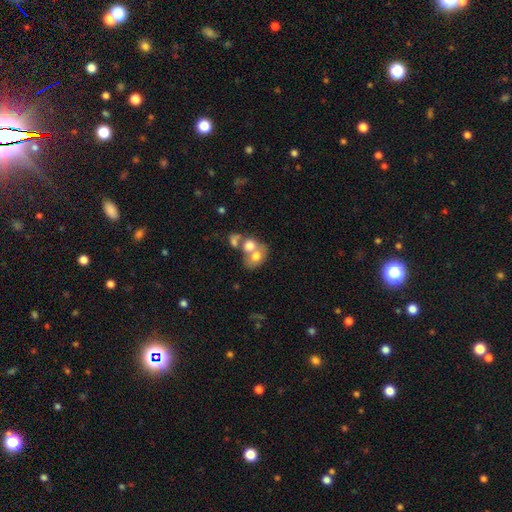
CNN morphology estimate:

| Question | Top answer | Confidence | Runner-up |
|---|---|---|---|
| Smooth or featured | smooth | 61% | featured or disk (26%) |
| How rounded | in between | 50% | round (49%) |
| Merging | merger | 57% | none (28%) |